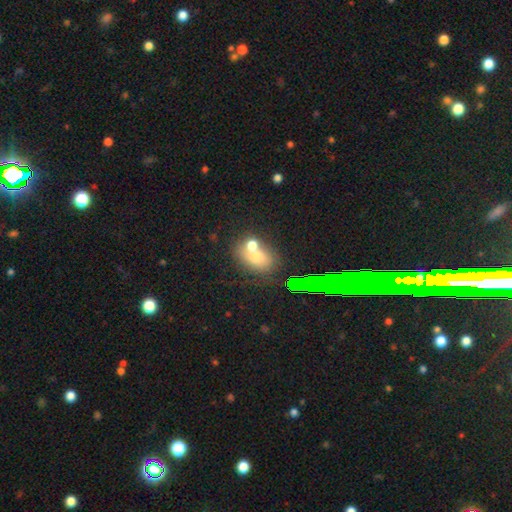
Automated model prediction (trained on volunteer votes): smooth 65%, featured or disk 18%, star or artifact 17%. Down the decision tree: how rounded — in between (63%); merging — none (46%).